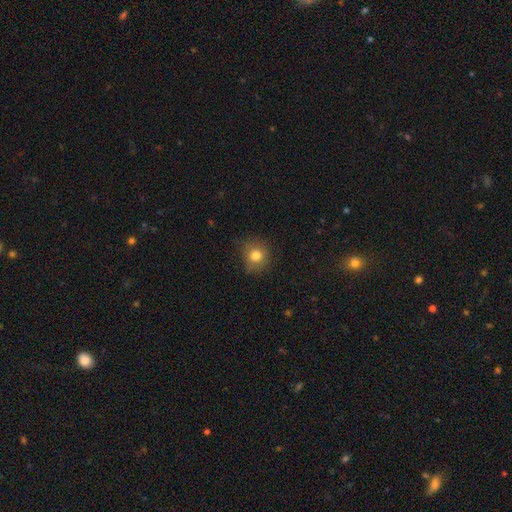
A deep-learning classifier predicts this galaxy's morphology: Overall: smooth (79%). How rounded: round (83%). Merging: none (76%).